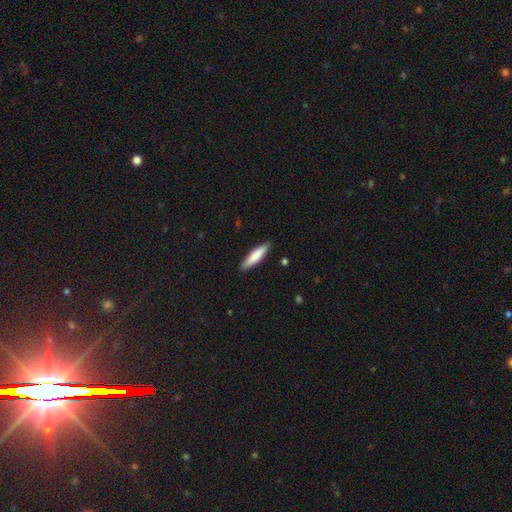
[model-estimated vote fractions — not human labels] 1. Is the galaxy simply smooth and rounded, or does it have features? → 78% smooth, 17% featured or disk, 5% star or artifact.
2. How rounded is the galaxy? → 77% cigar-shaped, 21% in between, 1% round.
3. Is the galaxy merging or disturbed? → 89% none, 8% minor disturbance, 2% major disturbance, 1% merger.